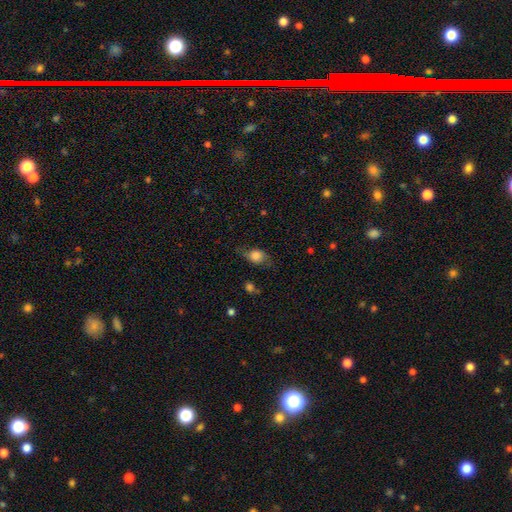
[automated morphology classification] type=smooth (67%); roundness=in between (59%); merging=none (59%).